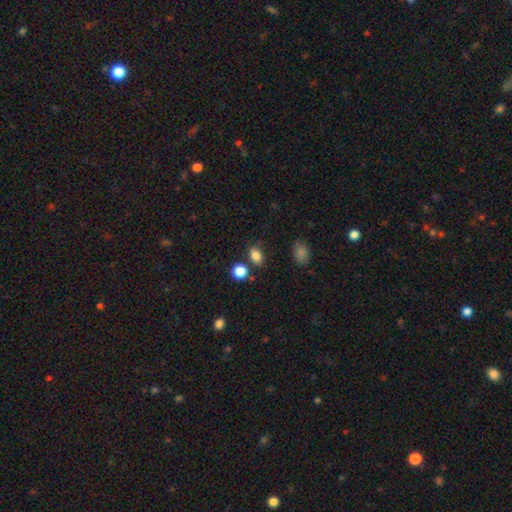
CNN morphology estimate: This is clearly a smooth galaxy (84%). How rounded: likely in between (69%). Merging: likely none (76%).